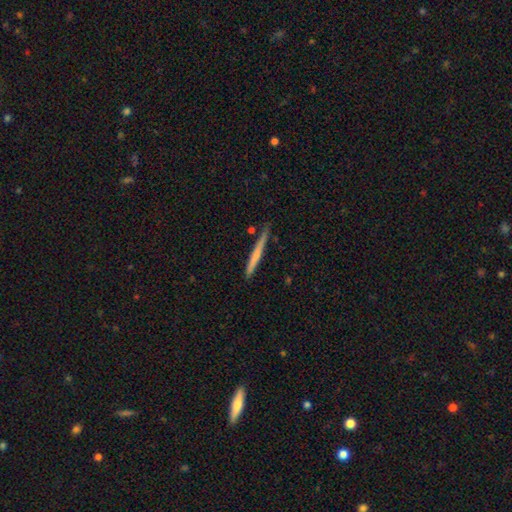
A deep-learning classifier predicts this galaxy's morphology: Overall: smooth (55%; featured or disk 39%). How rounded: cigar-shaped (97%). Merging: none (82%).